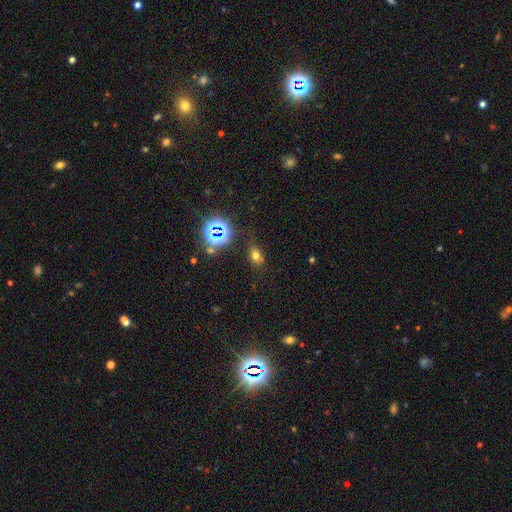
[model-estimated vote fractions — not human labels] Smooth or featured?
  - smooth: 60% *
  - star or artifact: 30%
  - featured or disk: 10%
How rounded?
  - in between: 71% *
  - round: 27%
  - cigar-shaped: 3%
Merging?
  - none: 73% *
  - minor disturbance: 16%
  - major disturbance: 6%
  - merger: 5%